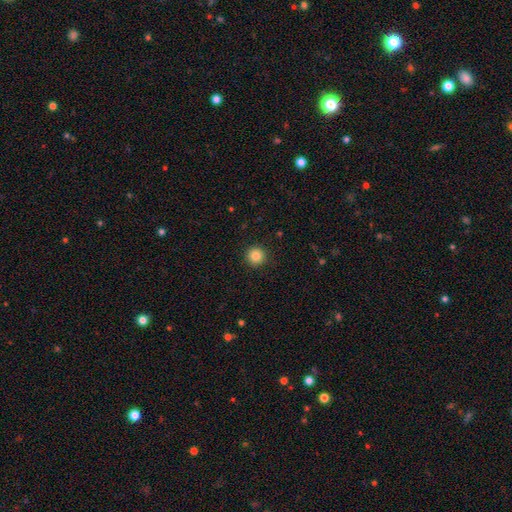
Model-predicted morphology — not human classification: Smooth or featured? Predicted: smooth (p=0.84). How rounded? Predicted: round (p=0.95). Merging? Predicted: none (p=0.92).